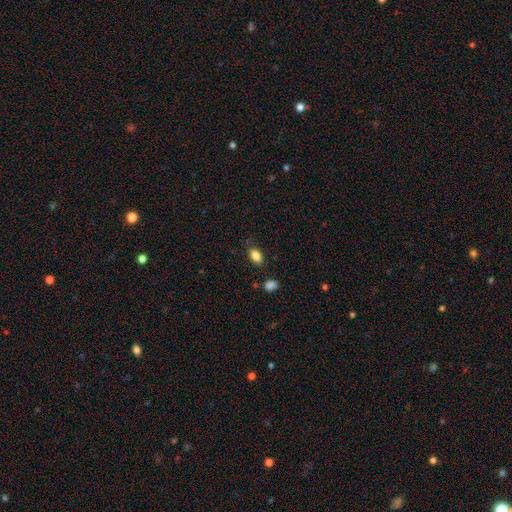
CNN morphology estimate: This is clearly a smooth galaxy (85%). How rounded: clearly in between (86%). Merging: clearly none (83%).